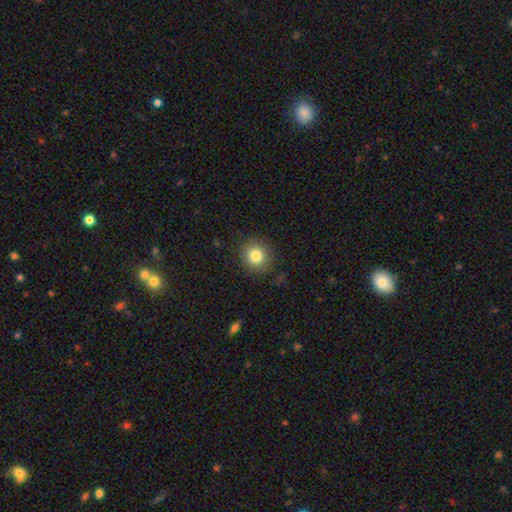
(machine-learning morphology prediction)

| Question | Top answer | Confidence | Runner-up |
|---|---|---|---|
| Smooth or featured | smooth | 82% | star or artifact (11%) |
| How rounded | round | 91% | in between (8%) |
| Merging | none | 88% | minor disturbance (8%) |